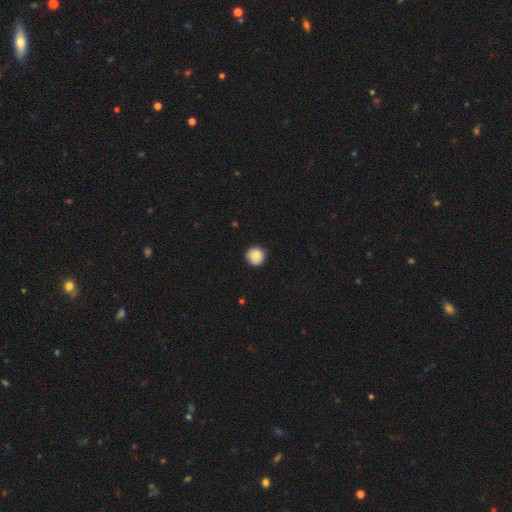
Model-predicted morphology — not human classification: Smooth or featured: smooth — 86% (star or artifact — 8%)
How rounded: round — 94% (in between — 5%)
Merging: none — 87% (minor disturbance — 10%)